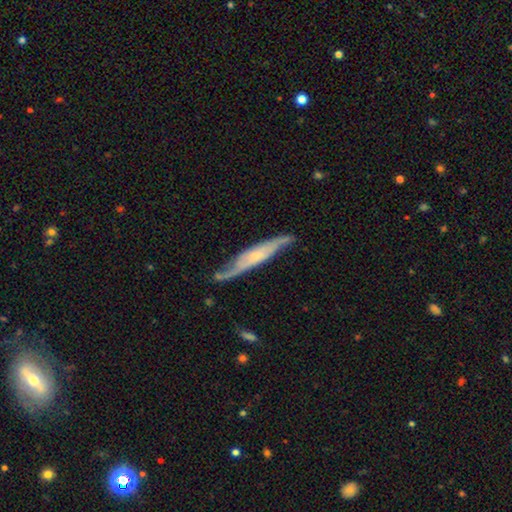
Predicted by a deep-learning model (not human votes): Overall: featured or disk (74%). Edge-on disk: yes (51%; no 49%). Merging: none (68%).